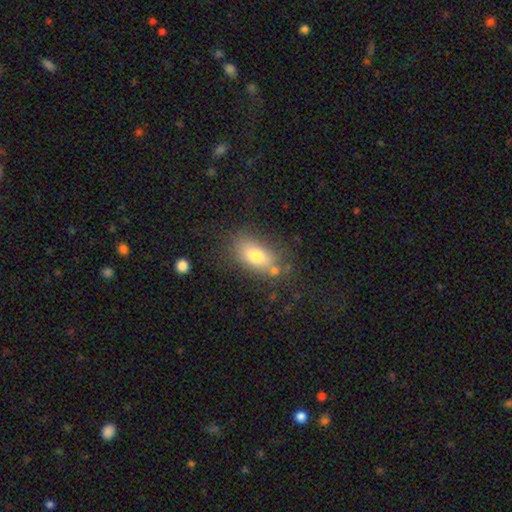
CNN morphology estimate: Smooth or featured? smooth (75%)
How rounded? in between (86%)
Merging? none (67%)